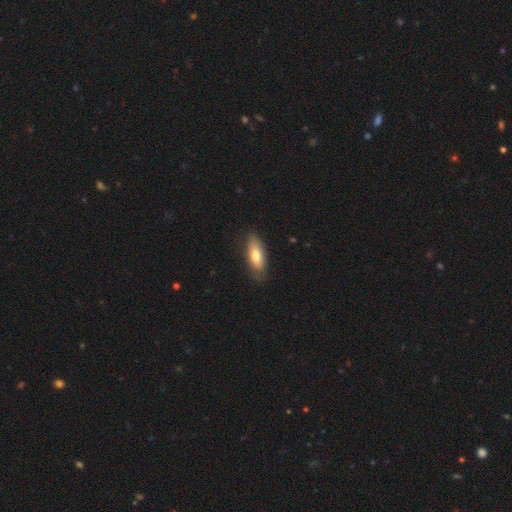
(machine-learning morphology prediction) smooth 71%, featured or disk 23%, star or artifact 6%. Down the decision tree: how rounded — in between (72%); merging — none (80%).